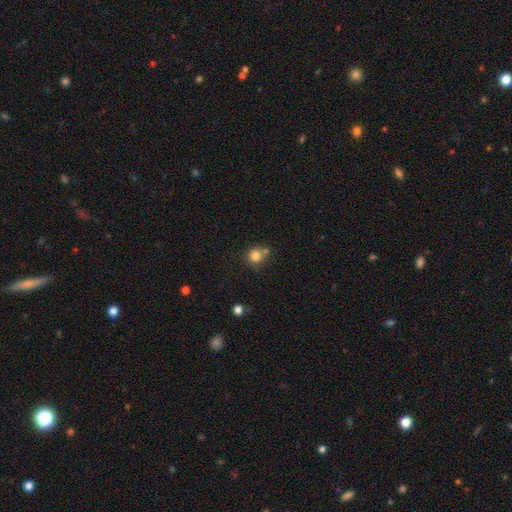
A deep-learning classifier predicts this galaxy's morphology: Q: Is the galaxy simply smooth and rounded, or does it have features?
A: smooth — 81%.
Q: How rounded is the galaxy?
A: round — 89%.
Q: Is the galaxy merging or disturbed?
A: none — 60%.